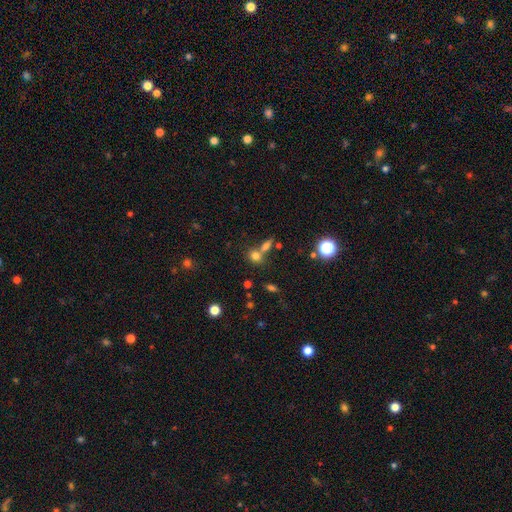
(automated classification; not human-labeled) Smooth or featured? Predicted: smooth (p=0.73). How rounded? Predicted: round (p=0.62). Merging? Predicted: none (p=0.47).